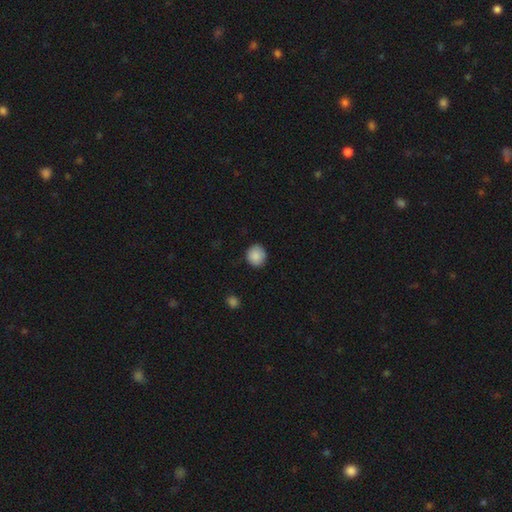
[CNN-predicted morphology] Q: Smooth or featured?
A: smooth (88%); runner-up: star or artifact (8%)
Q: How rounded?
A: round (85%); runner-up: in between (14%)
Q: Merging?
A: none (85%); runner-up: minor disturbance (12%)